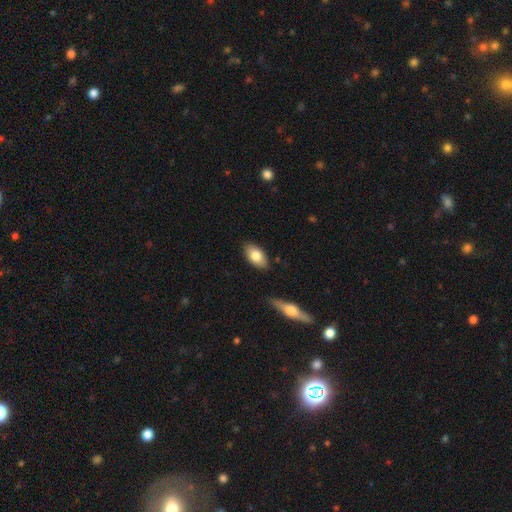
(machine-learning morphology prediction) A smooth galaxy with no disk features (79%) that is in between round and cigar-shaped (92%).

Vote fractions:
- Smooth or featured? smooth: 79% / featured or disk: 14% / star or artifact: 6%
- How rounded? in between: 92% / round: 5% / cigar-shaped: 3%
- Merging? none: 84% / minor disturbance: 11% / major disturbance: 2% / merger: 2%